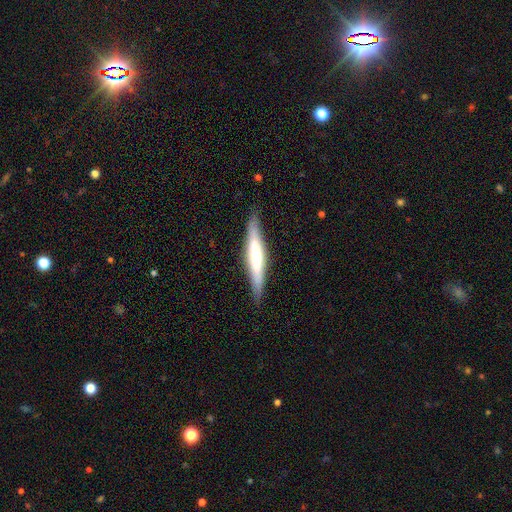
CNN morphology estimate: This is possibly a featured or disk galaxy (51%). It is clearly viewed edge-on (93%). Merging: clearly none (87%).